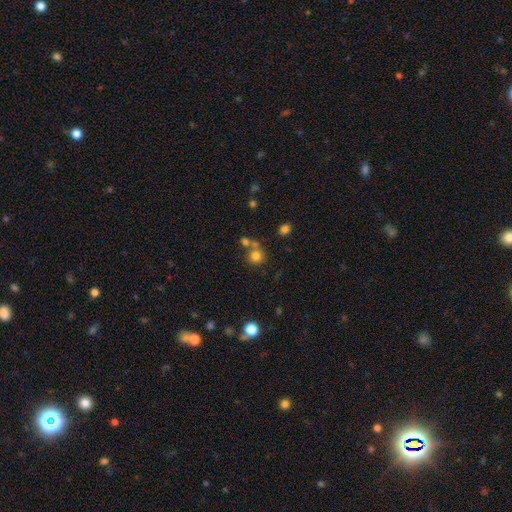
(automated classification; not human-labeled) Smooth or featured? Predicted: smooth (p=0.75). How rounded? Predicted: round (p=0.86). Merging? Predicted: none (p=0.53).